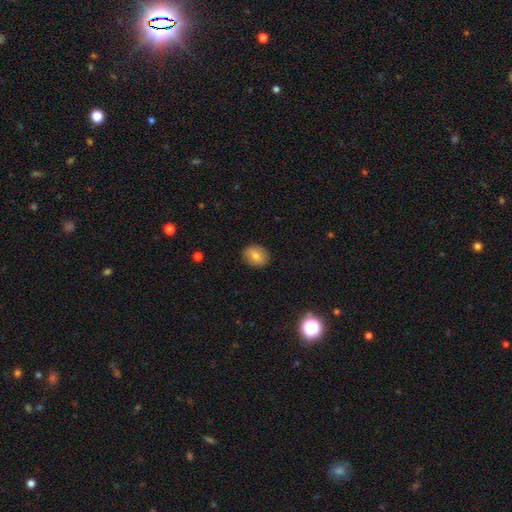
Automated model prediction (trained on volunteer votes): This appears to be a smooth galaxy with no disk features (75%) that is round (51%). Merging: none (89%).